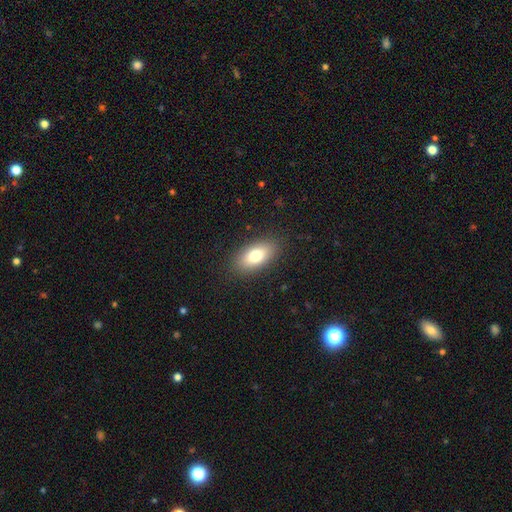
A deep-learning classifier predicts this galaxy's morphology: Smooth or featured? Predicted: smooth (p=0.76). How rounded? Predicted: in between (p=0.89). Merging? Predicted: none (p=0.87).